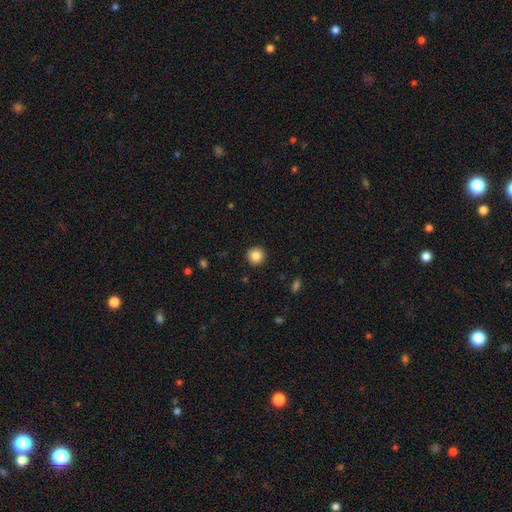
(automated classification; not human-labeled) Smooth or featured? Predicted: smooth (p=0.85). How rounded? Predicted: round (p=0.95). Merging? Predicted: none (p=0.93).